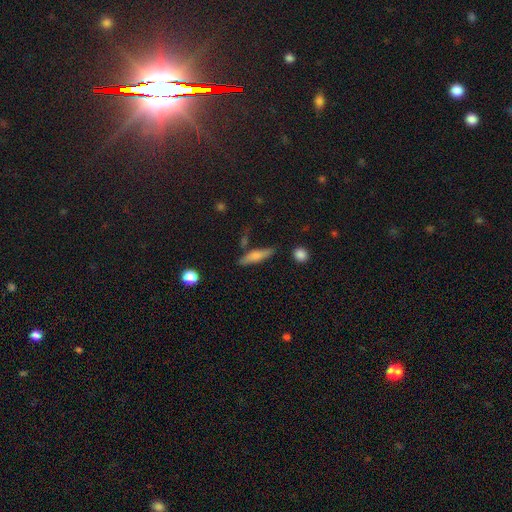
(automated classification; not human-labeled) Q: Smooth or featured?
A: smooth (68%); runner-up: featured or disk (25%)
Q: How rounded?
A: cigar-shaped (69%); runner-up: in between (29%)
Q: Merging?
A: none (76%); runner-up: minor disturbance (14%)